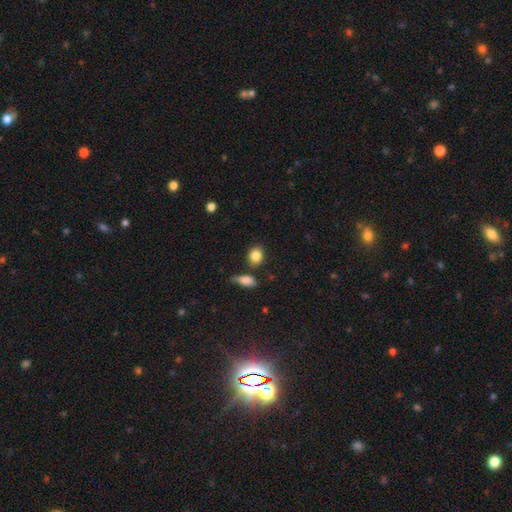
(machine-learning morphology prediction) Smooth or featured: smooth — 86% (star or artifact — 8%)
How rounded: round — 54% (in between — 44%)
Merging: none — 77% (minor disturbance — 12%)